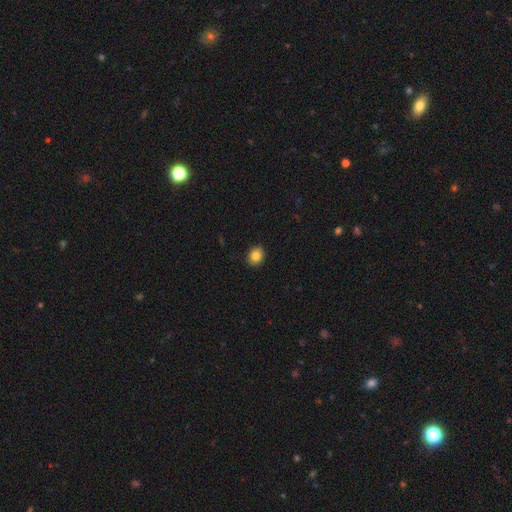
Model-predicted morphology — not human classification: This appears to be a smooth galaxy with no disk features (83%) that is round (64%). Merging: none (88%).